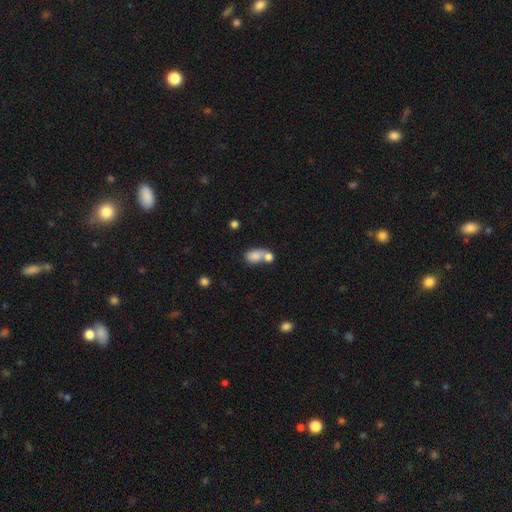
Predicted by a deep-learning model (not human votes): Morphology: type=smooth (79%); roundness=in between (79%); merging=merger (59%).